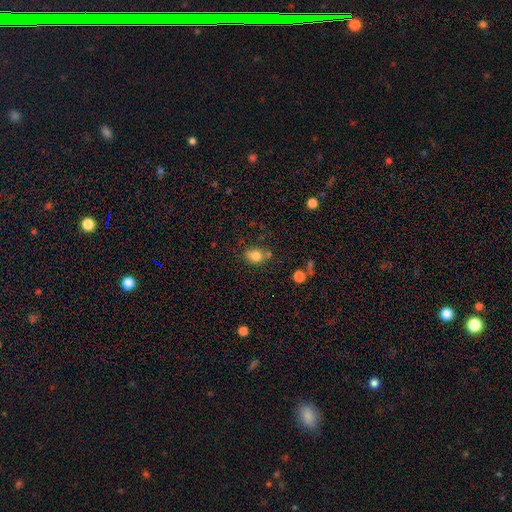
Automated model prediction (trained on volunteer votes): Smooth or featured: smooth — 80% (star or artifact — 11%)
How rounded: in between — 59% (round — 40%)
Merging: none — 60% (minor disturbance — 21%)